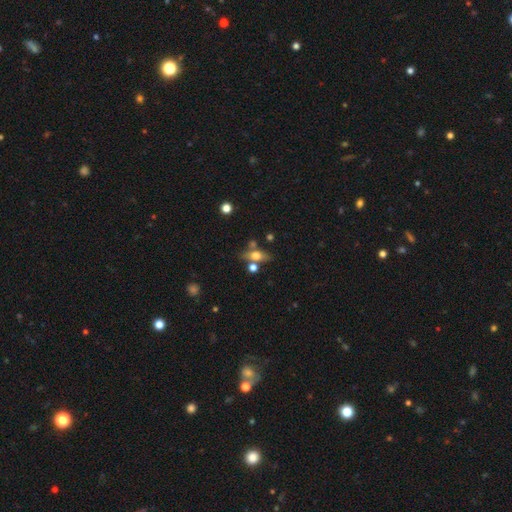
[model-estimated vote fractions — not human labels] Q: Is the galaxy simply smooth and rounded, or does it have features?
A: smooth — 52%.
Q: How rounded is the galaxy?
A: in between — 60%.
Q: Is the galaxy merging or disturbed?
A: none — 61%.